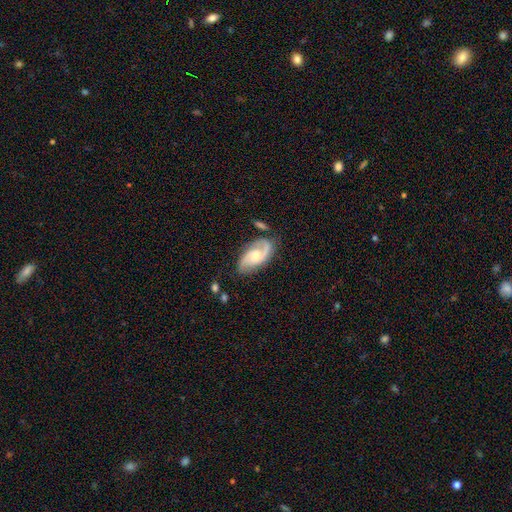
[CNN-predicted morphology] type=featured or disk (77%); edge-on=no (95%); bar=no (58%); spiral arms=yes (94%); winding=medium (48%); arm count=2 (82%); bulge=moderate (54%); merging=none (67%).